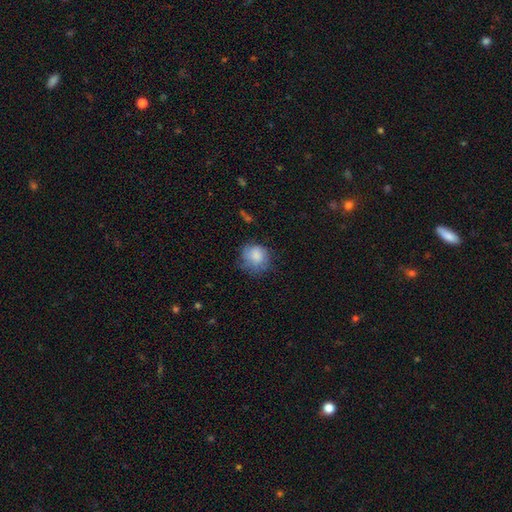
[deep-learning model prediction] Overall: smooth (82%). How rounded: round (80%). Merging: none (61%; minor disturbance 27%).